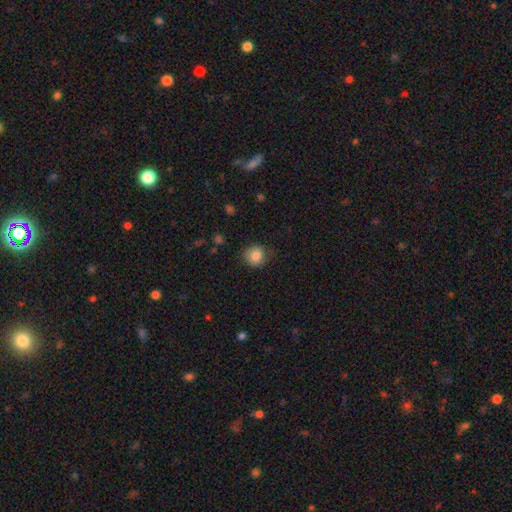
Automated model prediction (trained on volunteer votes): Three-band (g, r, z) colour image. It shows a smooth galaxy with no disk features (84%) that is round (86%). Merging: none (80%).